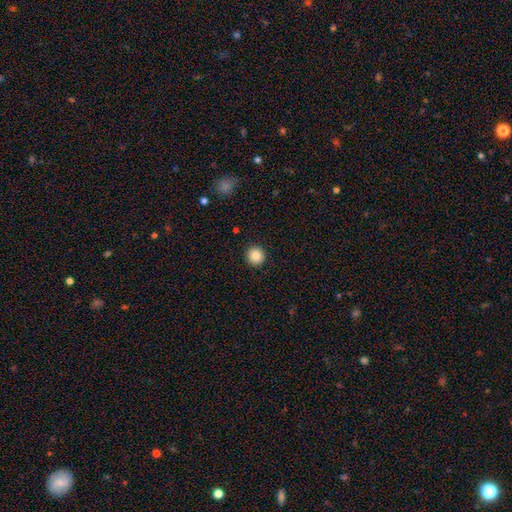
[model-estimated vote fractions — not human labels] Q: Smooth or featured?
A: smooth (87%); runner-up: star or artifact (9%)
Q: How rounded?
A: round (93%); runner-up: in between (6%)
Q: Merging?
A: none (92%); runner-up: minor disturbance (5%)